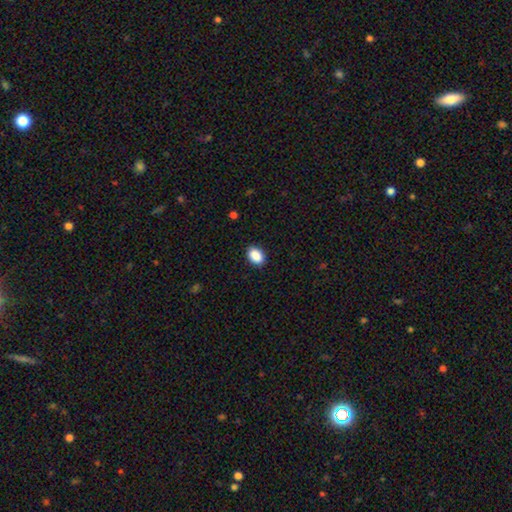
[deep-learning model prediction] Q: Smooth or featured?
A: smooth (90%); runner-up: star or artifact (7%)
Q: How rounded?
A: in between (79%); runner-up: round (20%)
Q: Merging?
A: none (89%); runner-up: minor disturbance (8%)